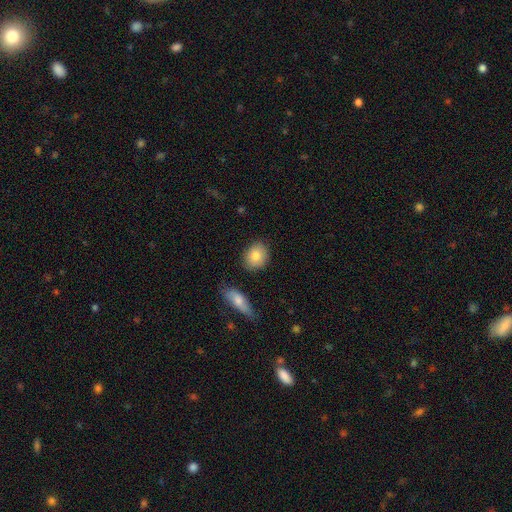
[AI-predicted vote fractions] This is clearly a smooth galaxy (84%). How rounded: possibly round (51%). Merging: clearly none (83%).